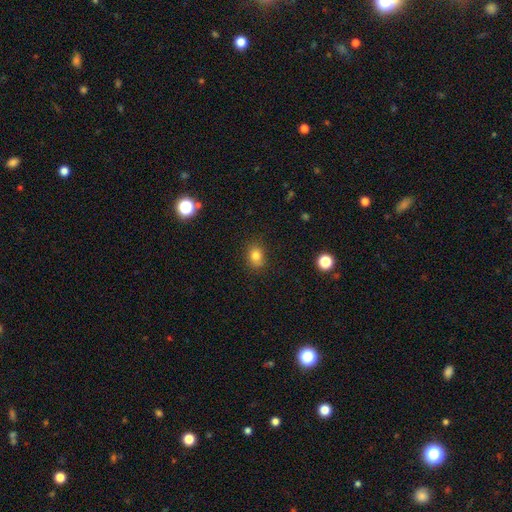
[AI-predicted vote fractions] smooth 81%, star or artifact 12%, featured or disk 8%. Down the decision tree: how rounded — in between (56%); merging — none (81%).